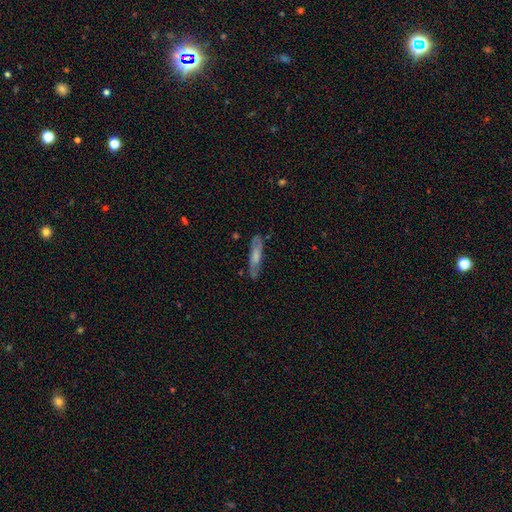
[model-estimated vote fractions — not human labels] Morphology: type=smooth (58%); roundness=cigar-shaped (76%); merging=none (77%).